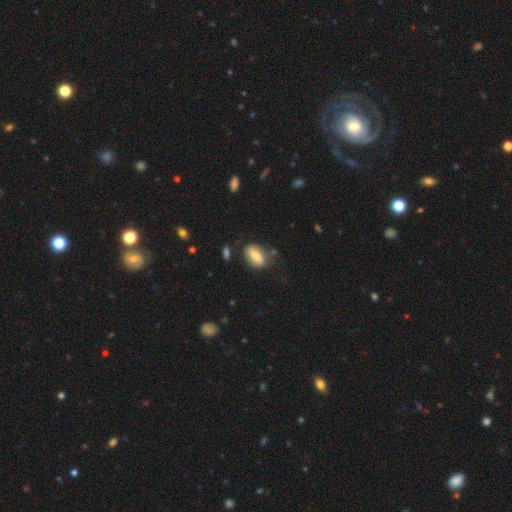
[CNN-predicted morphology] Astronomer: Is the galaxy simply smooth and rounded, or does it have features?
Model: smooth — 61%.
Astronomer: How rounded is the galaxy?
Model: in between — 86%.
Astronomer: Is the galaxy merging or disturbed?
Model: none — 70%.